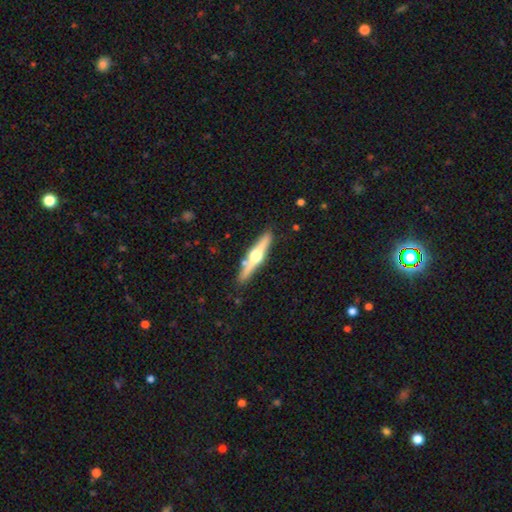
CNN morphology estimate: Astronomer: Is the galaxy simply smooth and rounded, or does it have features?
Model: featured or disk — 70%.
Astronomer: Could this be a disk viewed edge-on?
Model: yes — 97%.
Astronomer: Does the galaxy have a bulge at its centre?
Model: rounded — 96%.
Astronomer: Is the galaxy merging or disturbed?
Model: none — 86%.